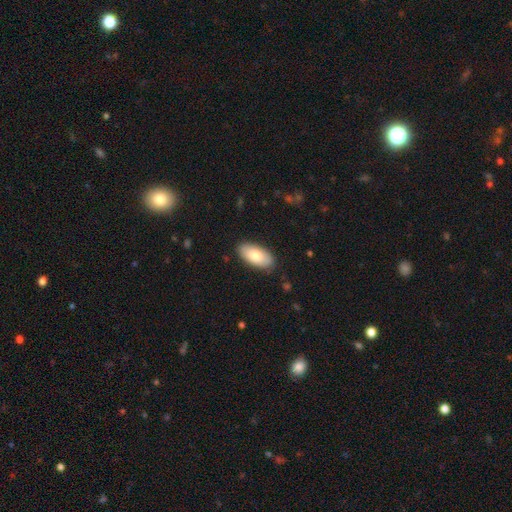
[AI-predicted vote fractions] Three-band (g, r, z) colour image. It shows a smooth galaxy with no disk features (80%) that is in between round and cigar-shaped (94%). Merging: none (87%).